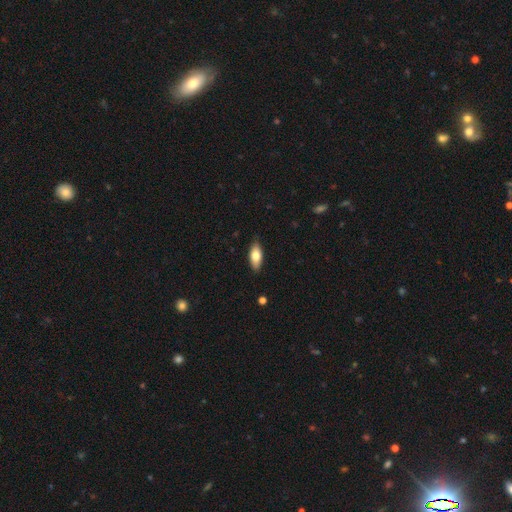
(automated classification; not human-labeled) This is likely a smooth galaxy (75%). How rounded: clearly in between (83%). Merging: clearly none (85%).